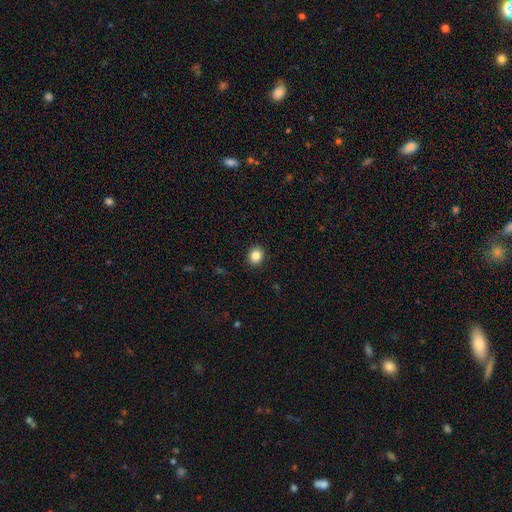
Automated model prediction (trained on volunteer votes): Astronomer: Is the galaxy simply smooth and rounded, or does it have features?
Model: smooth — 85%.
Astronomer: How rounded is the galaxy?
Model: round — 69%.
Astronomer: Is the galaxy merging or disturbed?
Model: none — 92%.